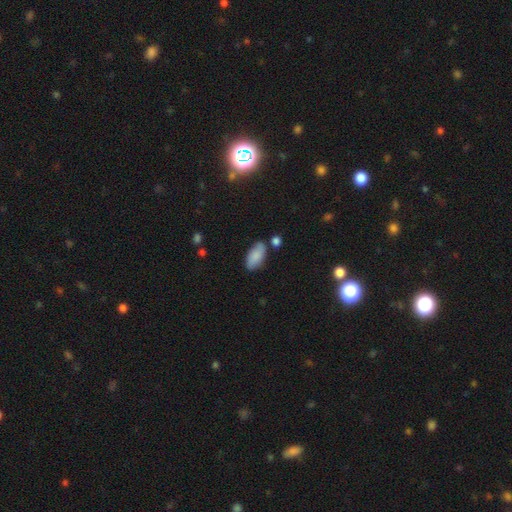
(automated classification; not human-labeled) smooth 82%, featured or disk 11%, star or artifact 7%. Down the decision tree: how rounded — in between (91%); merging — none (71%).